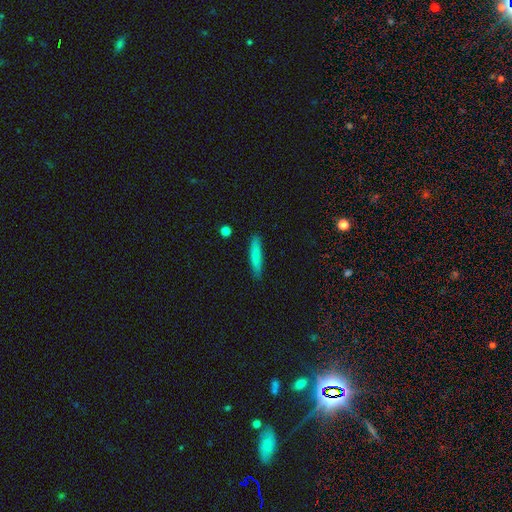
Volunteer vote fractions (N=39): This appears to be a smooth galaxy with no disk features (85%) that is cigar-shaped (91%). Merging: none (82%).